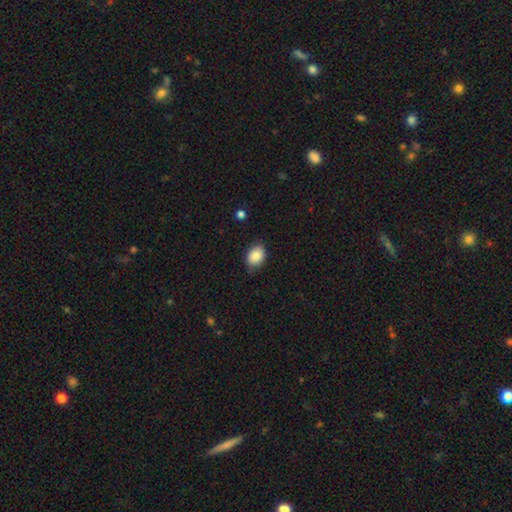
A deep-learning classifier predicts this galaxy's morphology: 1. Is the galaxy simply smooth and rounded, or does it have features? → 87% smooth, 8% star or artifact, 6% featured or disk.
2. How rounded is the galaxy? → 69% in between, 30% round, 1% cigar-shaped.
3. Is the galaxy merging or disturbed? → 78% none, 18% minor disturbance, 4% major disturbance, 1% merger.